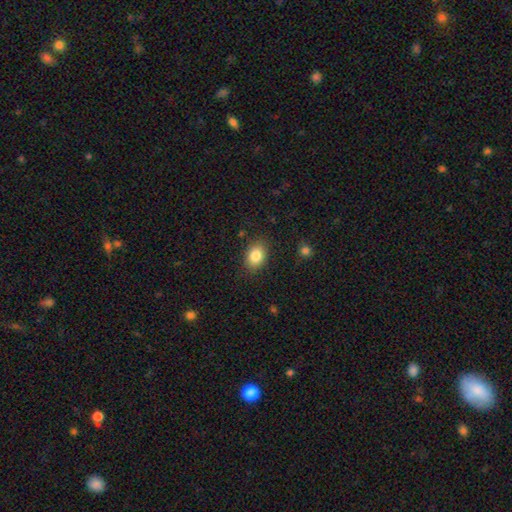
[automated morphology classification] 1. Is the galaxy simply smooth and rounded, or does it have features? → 84% smooth, 8% star or artifact, 7% featured or disk.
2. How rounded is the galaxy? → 76% in between, 23% round, 1% cigar-shaped.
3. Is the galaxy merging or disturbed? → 84% none, 11% minor disturbance, 3% major disturbance, 1% merger.